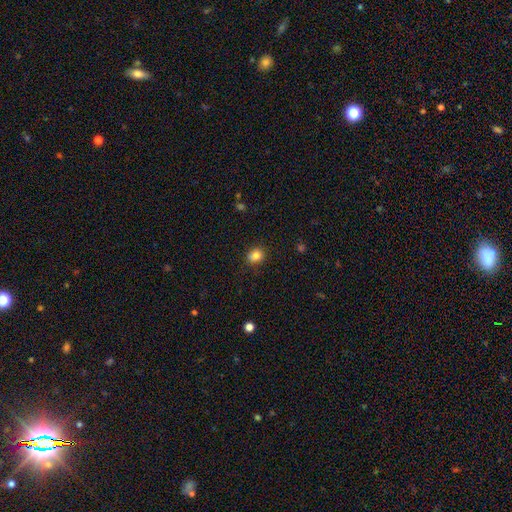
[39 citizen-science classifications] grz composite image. It shows a smooth galaxy with no disk features (87%) that is round (71%). Merging: none (89%).